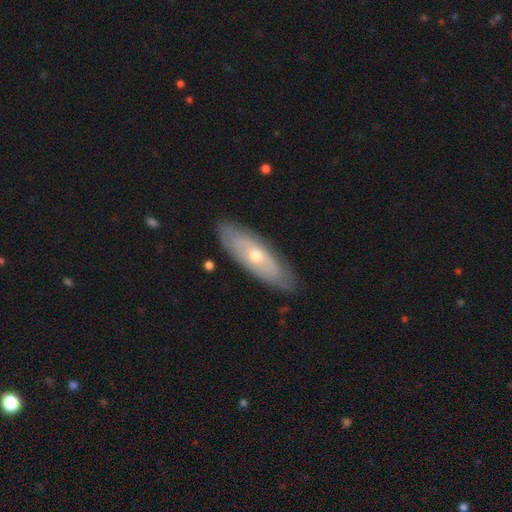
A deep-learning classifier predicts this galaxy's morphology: smooth-or-featured: featured or disk: 56% | smooth: 38% | star or artifact: 6%
  disk-edge-on: no: 72% | yes: 28%
  merging: none: 80% | minor disturbance: 15% | major disturbance: 3% | merger: 1%